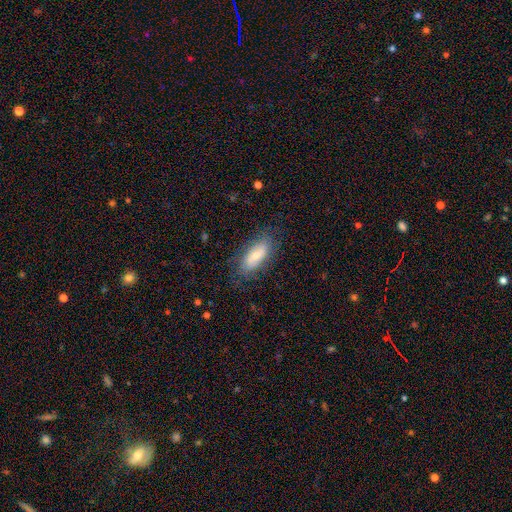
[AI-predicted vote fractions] Overall: smooth (56%; featured or disk 36%). How rounded: in between (80%). Merging: none (75%).